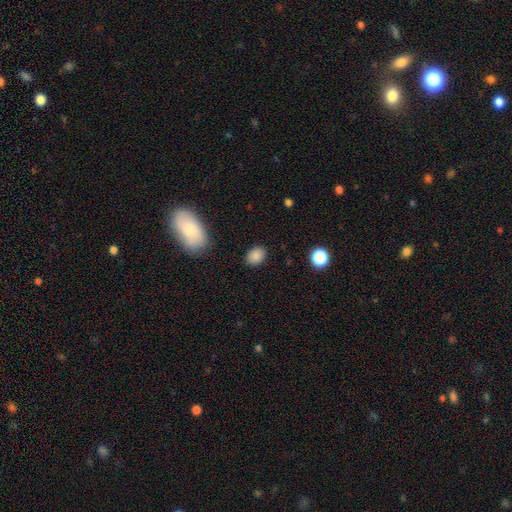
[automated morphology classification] Smooth or featured? Predicted: smooth (p=0.85). How rounded? Predicted: in between (p=0.61). Merging? Predicted: none (p=0.86).